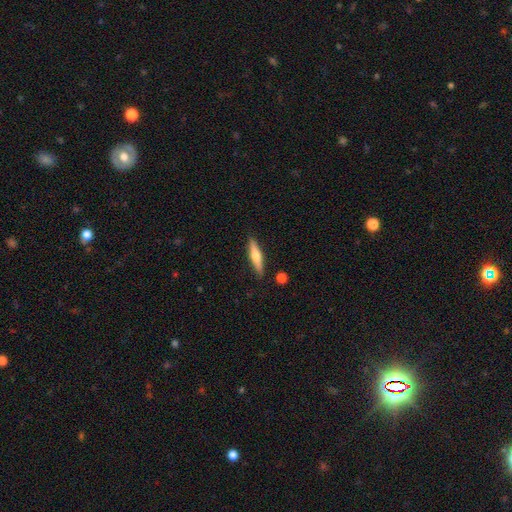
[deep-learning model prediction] Smooth or featured? Predicted: smooth (p=0.49). Merging? Predicted: none (p=0.88).